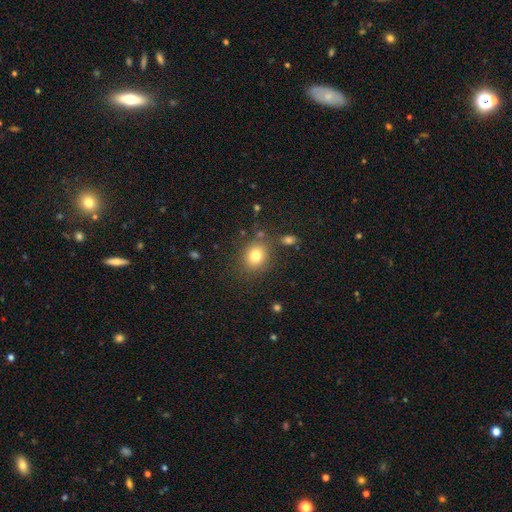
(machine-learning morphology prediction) The model was most divided on "how rounded": round: 64%, in between: 35%, cigar-shaped: 1%. More confident: merging — none (80%); smooth or featured — smooth (79%).